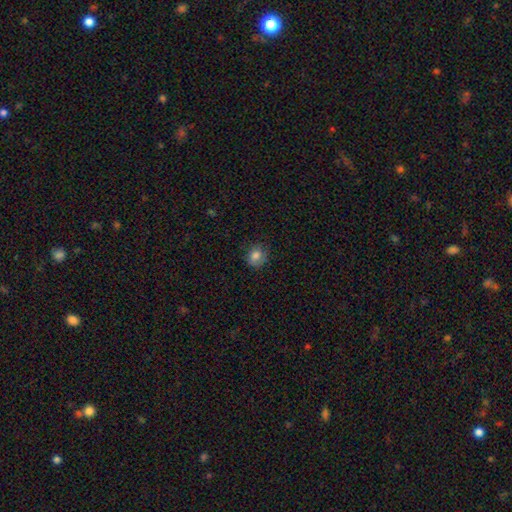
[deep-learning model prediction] This appears to be a smooth galaxy with no disk features (81%) that is round (73%). Merging: none (75%).